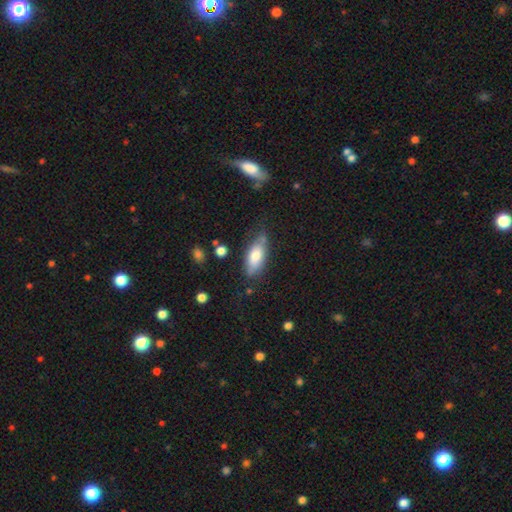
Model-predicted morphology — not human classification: type=smooth (72%); roundness=in between (78%); merging=none (67%).